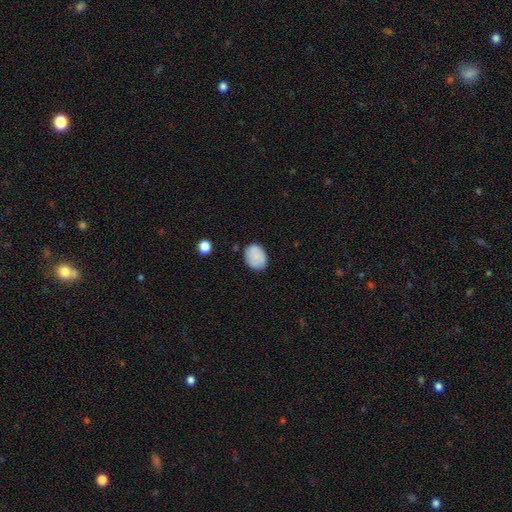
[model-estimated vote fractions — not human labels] smooth 78%, featured or disk 14%, star or artifact 8%. Down the decision tree: how rounded — in between (63%); merging — none (75%).